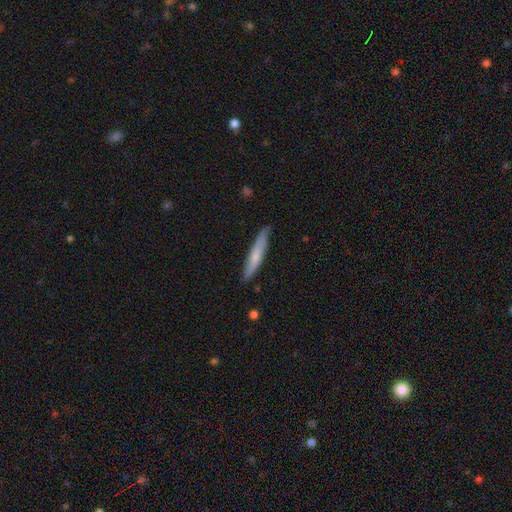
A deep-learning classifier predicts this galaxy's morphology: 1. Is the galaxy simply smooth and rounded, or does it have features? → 61% smooth, 33% featured or disk, 6% star or artifact.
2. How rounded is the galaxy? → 93% cigar-shaped, 6% in between, 1% round.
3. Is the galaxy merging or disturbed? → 86% none, 11% minor disturbance, 2% major disturbance, 1% merger.